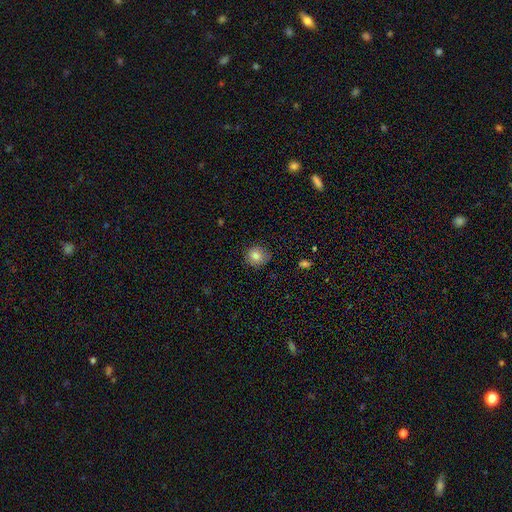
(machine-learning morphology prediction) Overall: smooth (81%). How rounded: round (83%). Merging: none (78%).